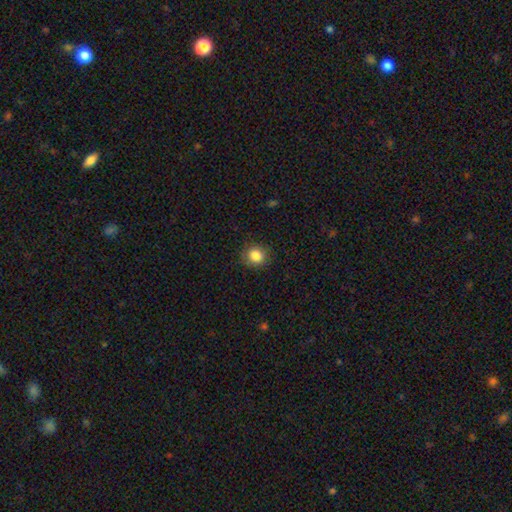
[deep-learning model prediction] Smooth or featured: smooth — 85% (star or artifact — 10%)
How rounded: round — 85% (in between — 14%)
Merging: none — 87% (minor disturbance — 9%)